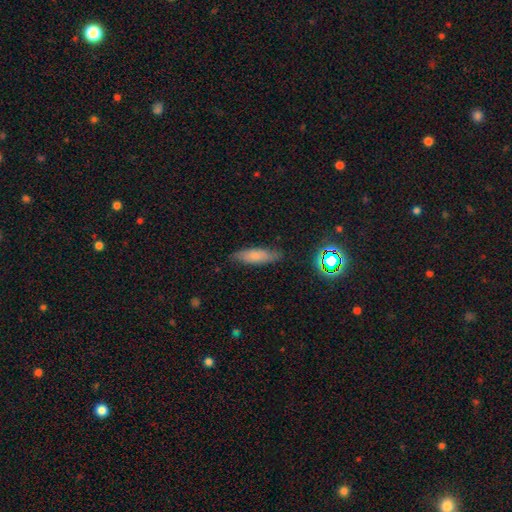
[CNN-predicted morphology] smooth-or-featured: smooth: 71% | featured or disk: 19% | star or artifact: 10%
  how-rounded: cigar-shaped: 56% | in between: 42% | round: 2%
  merging: none: 81% | minor disturbance: 15% | major disturbance: 3% | merger: 1%